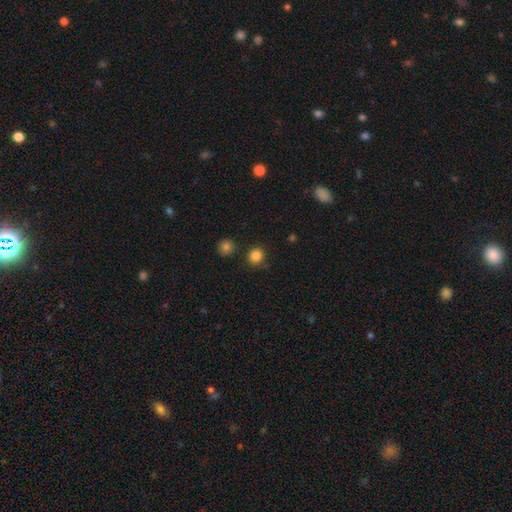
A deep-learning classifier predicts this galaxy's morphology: type=smooth (84%); roundness=round (90%); merging=none (84%).